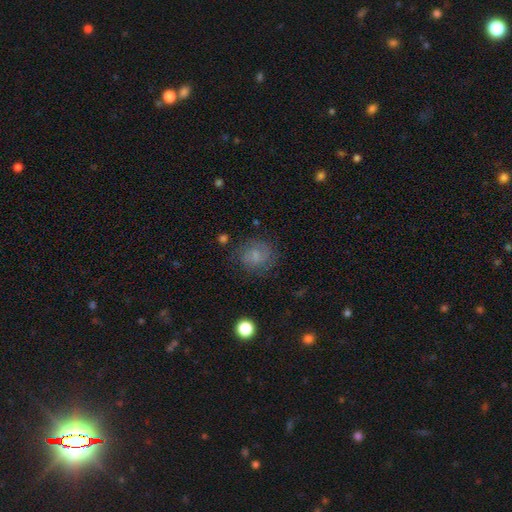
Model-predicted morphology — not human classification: The model was most divided on "smooth or featured": smooth: 52%, featured or disk: 35%, star or artifact: 13%. More confident: merging — none (70%); how rounded — round (69%).